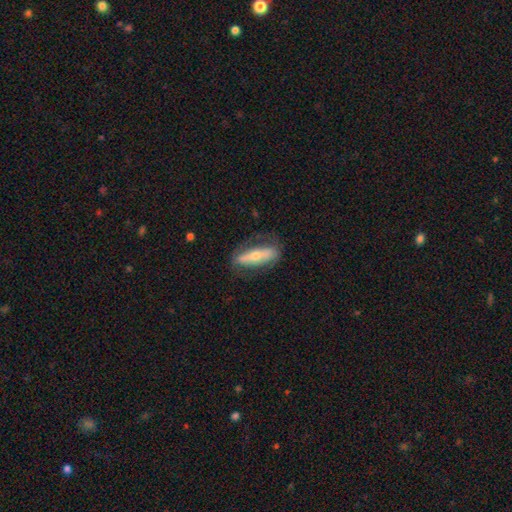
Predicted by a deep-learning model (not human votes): Smooth or featured? featured or disk (50%)
Edge-on disk? no (53%)
Merging? none (73%)